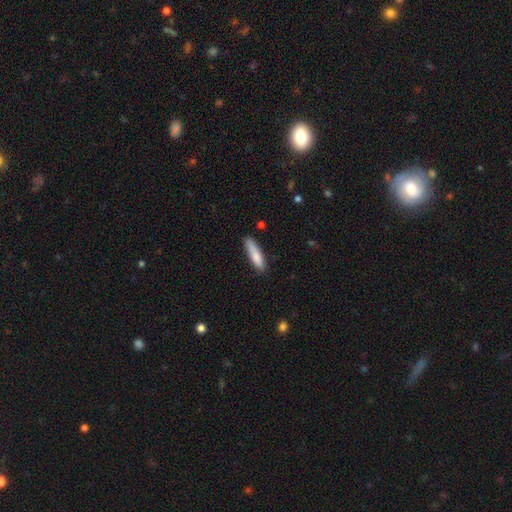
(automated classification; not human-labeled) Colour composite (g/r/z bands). It shows a smooth galaxy with no disk features (83%) that is cigar-shaped (75%). Merging: none (78%).